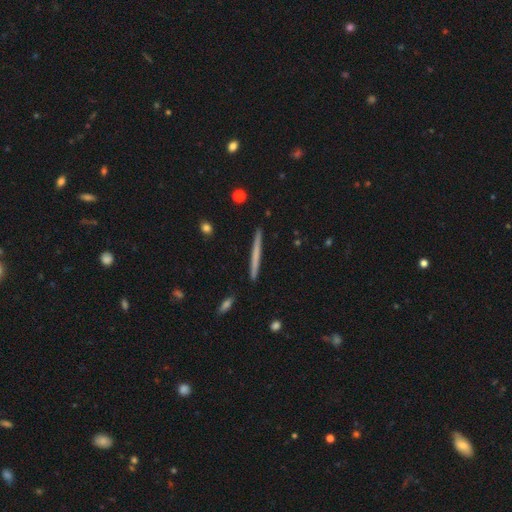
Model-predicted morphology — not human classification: This is possibly a smooth galaxy (55%). How rounded: clearly cigar-shaped (97%). Merging: clearly none (92%).